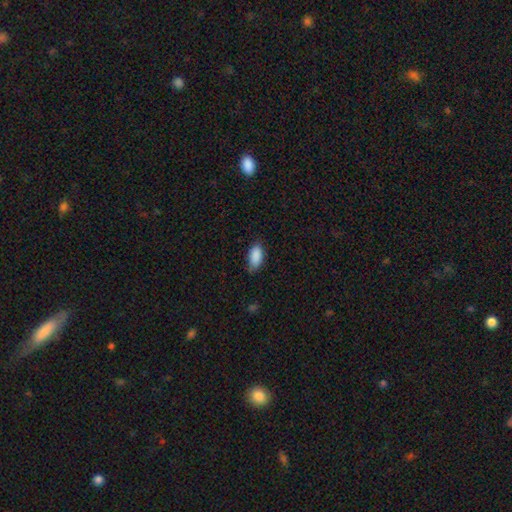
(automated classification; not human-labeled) Morphology: type=smooth (89%); roundness=in between (92%); merging=none (69%).